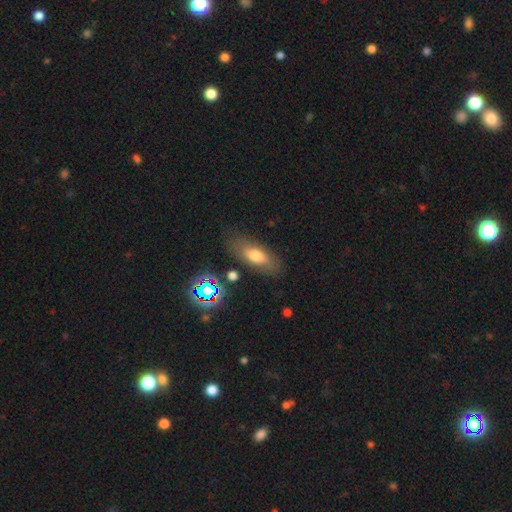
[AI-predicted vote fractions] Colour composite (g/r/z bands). It shows a smooth galaxy with no disk features (65%) that is in between round and cigar-shaped (74%). Merging: none (76%).